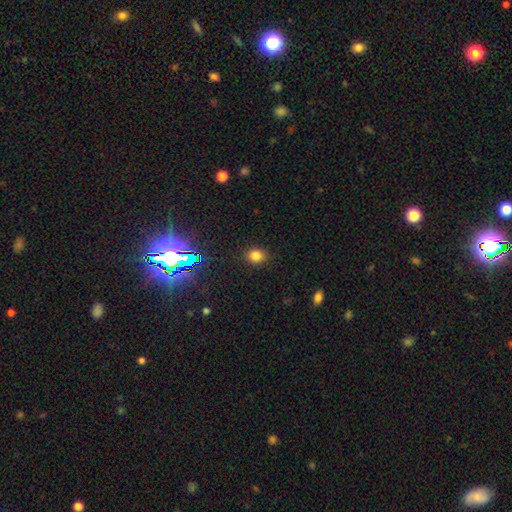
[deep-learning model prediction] Smooth or featured: smooth — 79% (star or artifact — 16%)
How rounded: round — 55% (in between — 44%)
Merging: none — 88% (minor disturbance — 8%)